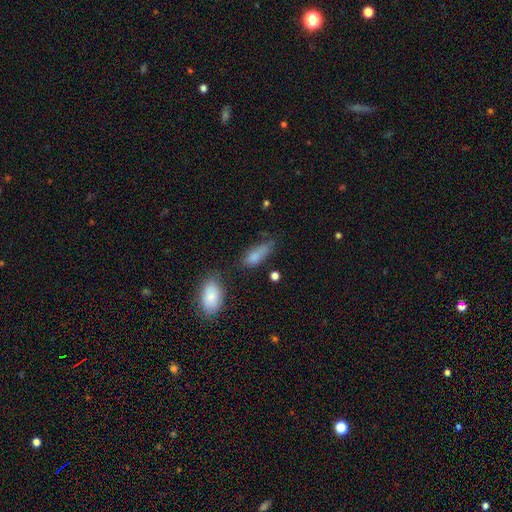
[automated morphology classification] Smooth or featured: smooth — 78% (featured or disk — 13%)
How rounded: in between — 72% (cigar-shaped — 24%)
Merging: none — 43% (minor disturbance — 33%)